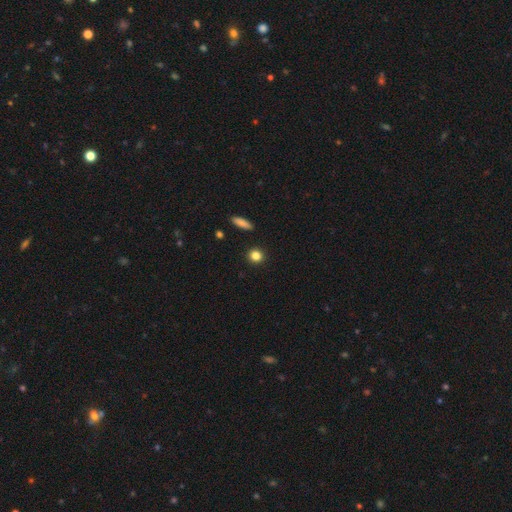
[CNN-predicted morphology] Smooth or featured?
  - smooth: 85% *
  - star or artifact: 10%
  - featured or disk: 5%
How rounded?
  - round: 88% *
  - in between: 10%
  - cigar-shaped: 2%
Merging?
  - none: 92% *
  - minor disturbance: 5%
  - major disturbance: 2%
  - merger: 1%